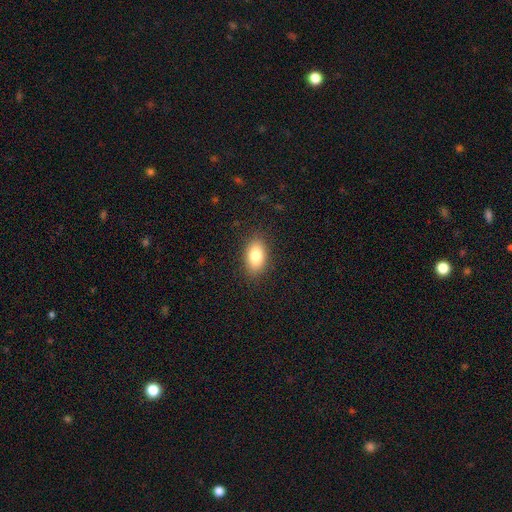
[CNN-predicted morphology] This appears to be a smooth galaxy with no disk features (82%) that is in between round and cigar-shaped (90%). Merging: none (87%).